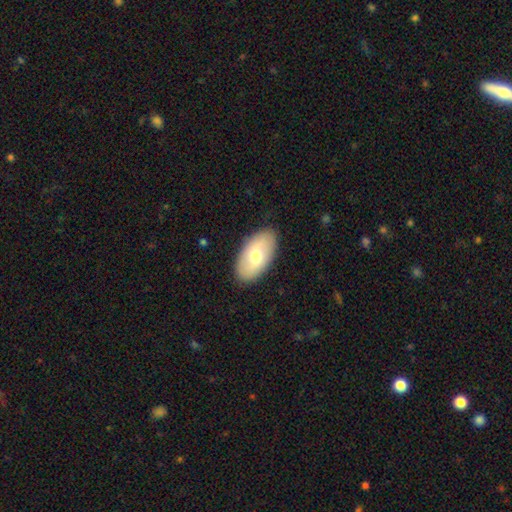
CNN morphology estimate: The model was most divided on "smooth or featured": smooth: 63%, featured or disk: 31%, star or artifact: 6%. More confident: how rounded — in between (94%); merging — none (87%).